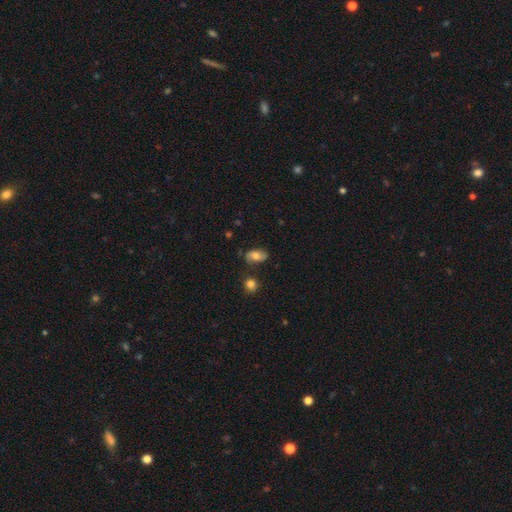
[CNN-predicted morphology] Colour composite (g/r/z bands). It shows a smooth galaxy with no disk features (64%) that is in between round and cigar-shaped (88%). Merging: none (71%).